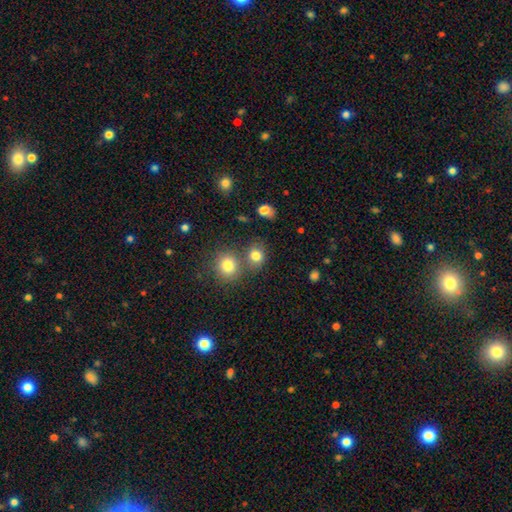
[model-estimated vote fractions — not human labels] smooth-or-featured: smooth: 80% | star or artifact: 13% | featured or disk: 7%
  how-rounded: round: 70% | in between: 29% | cigar-shaped: 1%
  merging: none: 58% | merger: 27% | minor disturbance: 11% | major disturbance: 4%